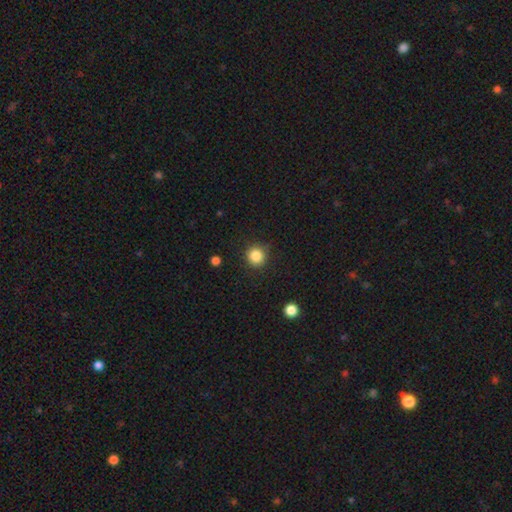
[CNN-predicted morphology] Smooth or featured? smooth (85%)
How rounded? round (93%)
Merging? none (87%)